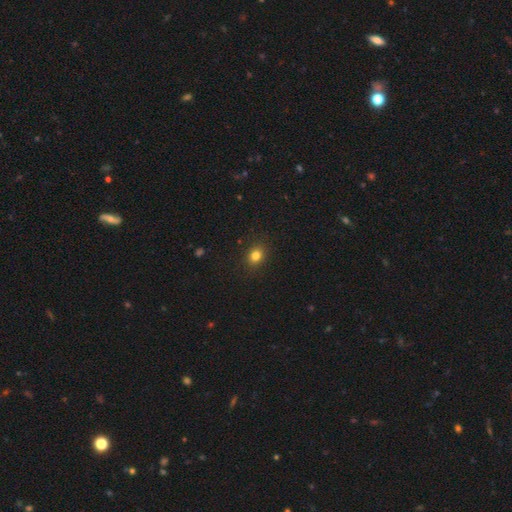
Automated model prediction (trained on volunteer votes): Q: Smooth or featured?
A: smooth (82%); runner-up: star or artifact (13%)
Q: How rounded?
A: round (62%); runner-up: in between (37%)
Q: Merging?
A: none (89%); runner-up: minor disturbance (7%)